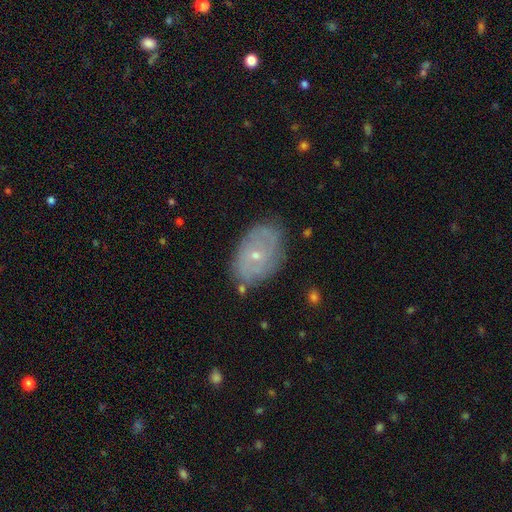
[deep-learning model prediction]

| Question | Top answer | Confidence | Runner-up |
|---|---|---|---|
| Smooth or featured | featured or disk | 60% | smooth (31%) |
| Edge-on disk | no | 94% | yes (6%) |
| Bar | no | 78% | weak (19%) |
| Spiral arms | yes | 65% | no (35%) |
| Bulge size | small | 72% | moderate (25%) |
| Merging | none | 75% | minor disturbance (18%) |